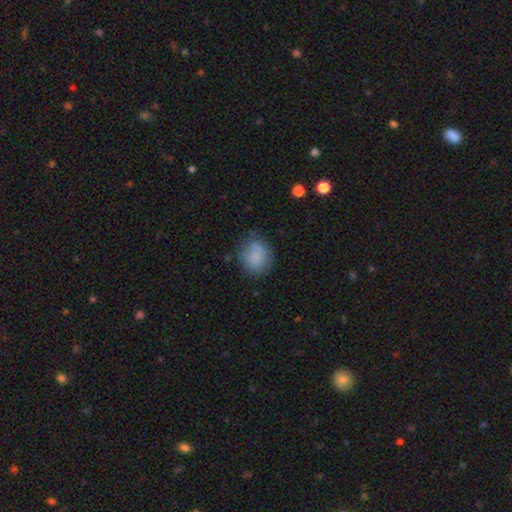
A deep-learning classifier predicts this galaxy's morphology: A smooth galaxy with no disk features (82%) that is round (75%).

Vote fractions:
- Smooth or featured? smooth: 82% / featured or disk: 10% / star or artifact: 9%
- How rounded? round: 75% / in between: 24% / cigar-shaped: 1%
- Merging? none: 65% / minor disturbance: 23% / major disturbance: 8% / merger: 4%